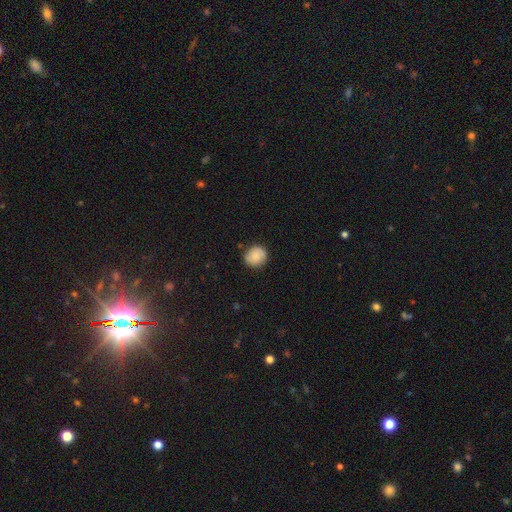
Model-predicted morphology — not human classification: type=smooth (82%); roundness=round (81%); merging=none (83%).